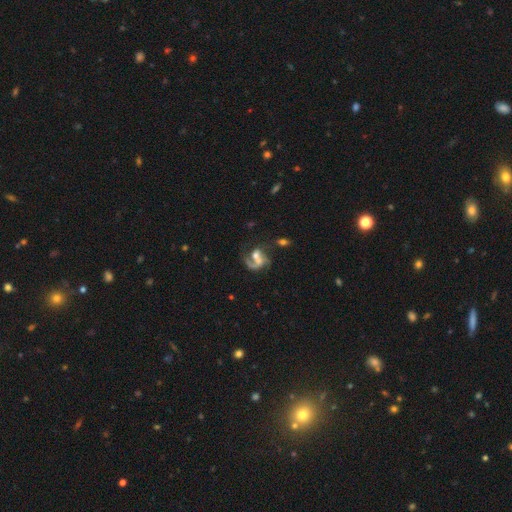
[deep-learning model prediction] Smooth or featured? Predicted: featured or disk (p=0.73). Edge-on disk? Predicted: no (p=0.97). Bar? Predicted: no (p=0.49). Spiral arms? Predicted: yes (p=0.84). Spiral winding? Predicted: loose (p=0.51). Spiral arm count? Predicted: 1 (p=0.55). Bulge size? Predicted: moderate (p=0.43). Merging? Predicted: merger (p=0.33).